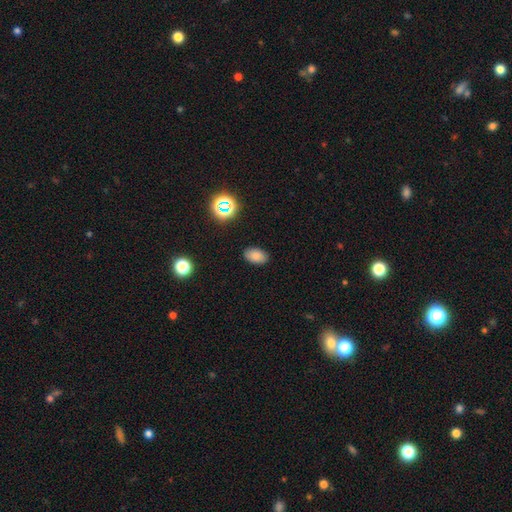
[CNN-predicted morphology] A smooth galaxy with no disk features (81%) that is in between round and cigar-shaped (90%). Merging: none (87%).